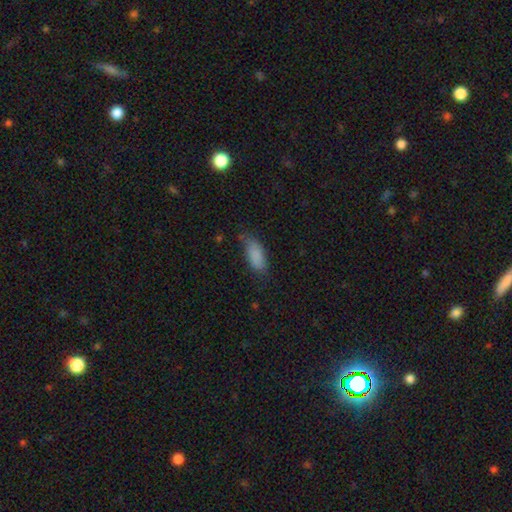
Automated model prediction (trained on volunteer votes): Q: Smooth or featured?
A: smooth (86%); runner-up: star or artifact (8%)
Q: How rounded?
A: in between (82%); runner-up: cigar-shaped (16%)
Q: Merging?
A: none (65%); runner-up: minor disturbance (27%)